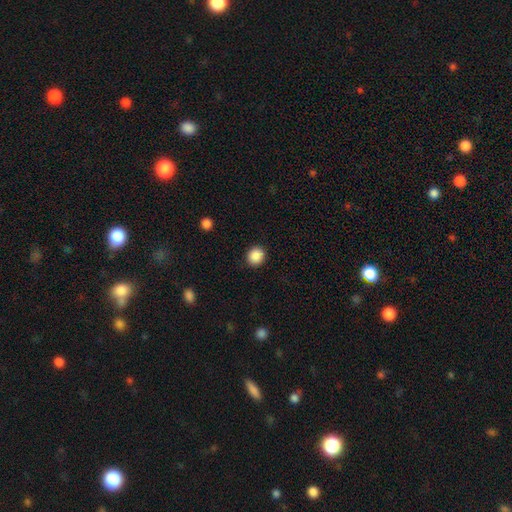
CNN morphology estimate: Smooth or featured?
  - smooth: 88% *
  - star or artifact: 9%
  - featured or disk: 3%
How rounded?
  - round: 83% *
  - in between: 16%
  - cigar-shaped: 1%
Merging?
  - none: 90% *
  - minor disturbance: 6%
  - major disturbance: 2%
  - merger: 1%